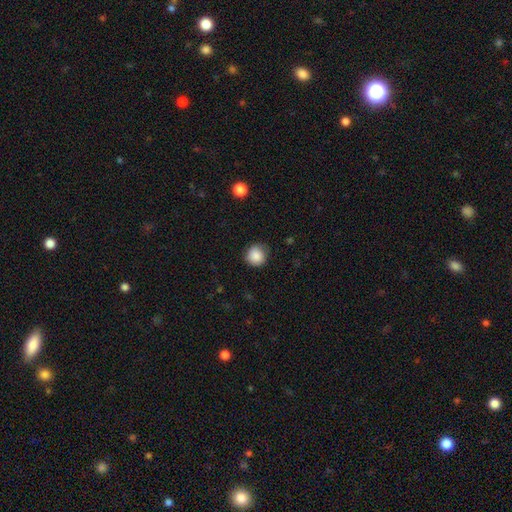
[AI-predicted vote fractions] Smooth or featured? smooth (87%)
How rounded? round (92%)
Merging? none (79%)